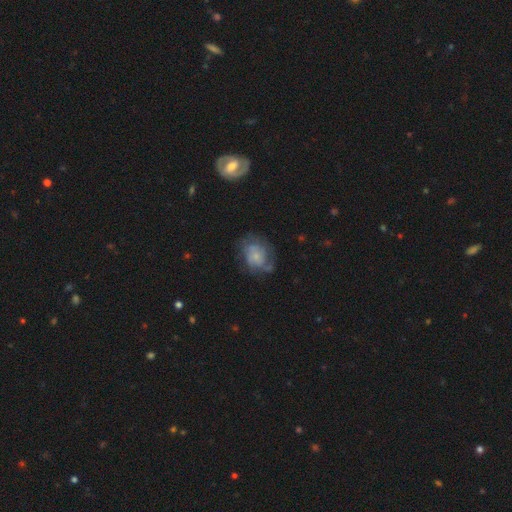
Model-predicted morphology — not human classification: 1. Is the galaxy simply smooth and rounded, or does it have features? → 54% featured or disk, 37% smooth, 9% star or artifact.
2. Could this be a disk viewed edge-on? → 97% no, 3% yes.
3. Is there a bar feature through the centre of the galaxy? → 79% no, 18% weak, 3% strong.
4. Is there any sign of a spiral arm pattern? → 71% yes, 29% no.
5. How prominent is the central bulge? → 63% small, 18% moderate, 13% none, 4% large, 2% dominant.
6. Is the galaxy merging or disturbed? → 52% none, 25% minor disturbance, 20% major disturbance, 3% merger.